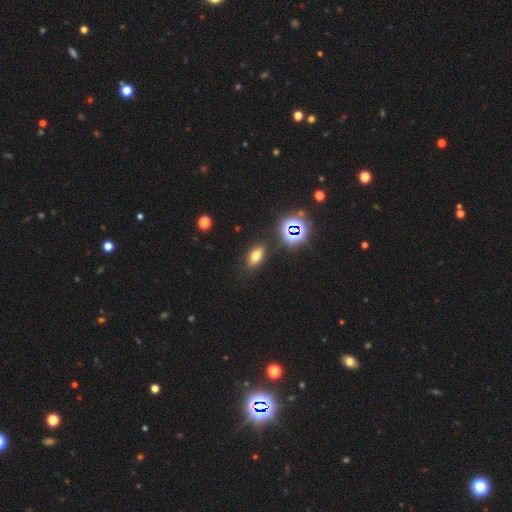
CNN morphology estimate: type=smooth (63%); roundness=in between (80%); merging=none (85%).